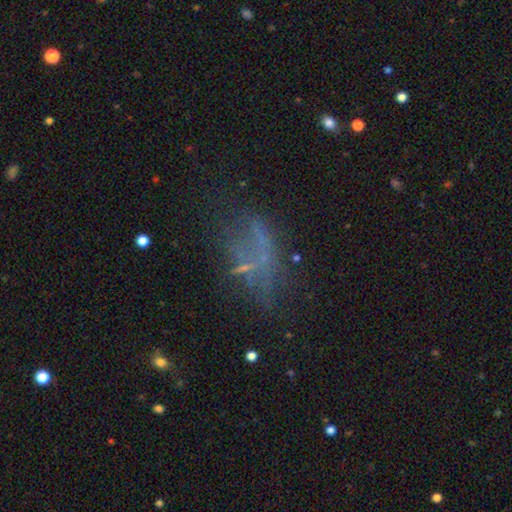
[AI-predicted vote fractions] featured or disk 39%, smooth 32%, star or artifact 29%. Down the decision tree: merging — none (42%).